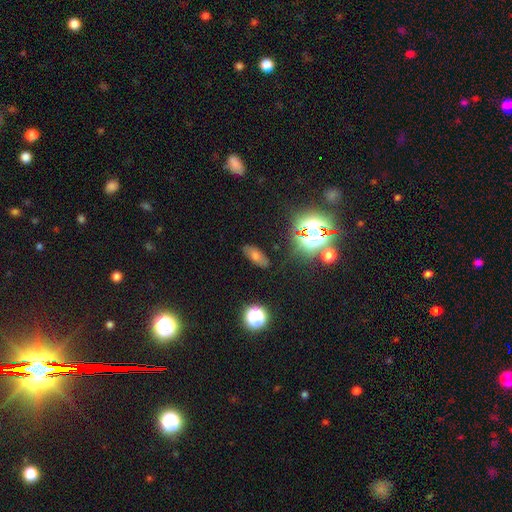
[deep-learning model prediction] A smooth galaxy with no disk features (48%). Merging: none (83%).